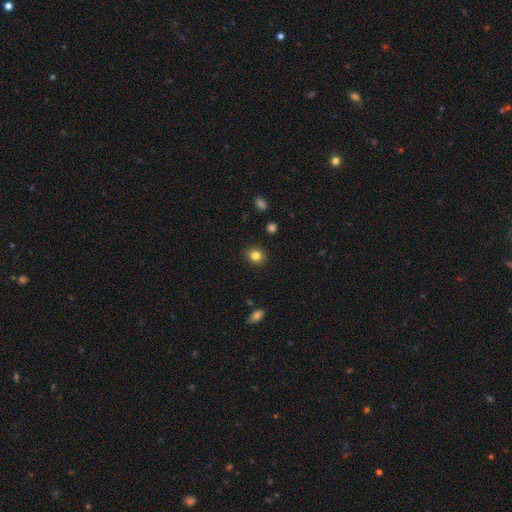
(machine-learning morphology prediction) A smooth galaxy with no disk features (83%) that is round (79%). Merging: none (90%).